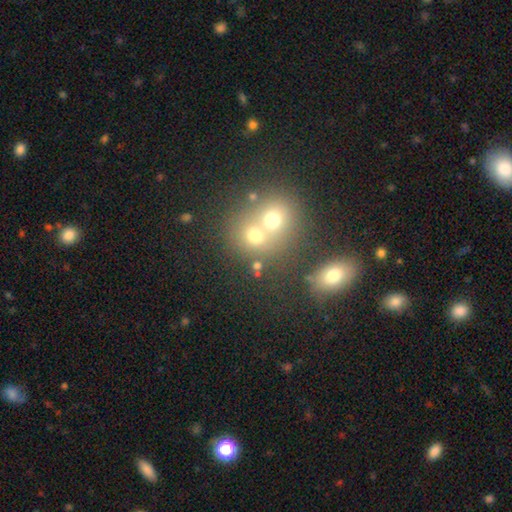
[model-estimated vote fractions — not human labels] Smooth or featured: smooth — 55% (star or artifact — 26%)
How rounded: round — 70% (in between — 28%)
Merging: merger — 53% (none — 37%)